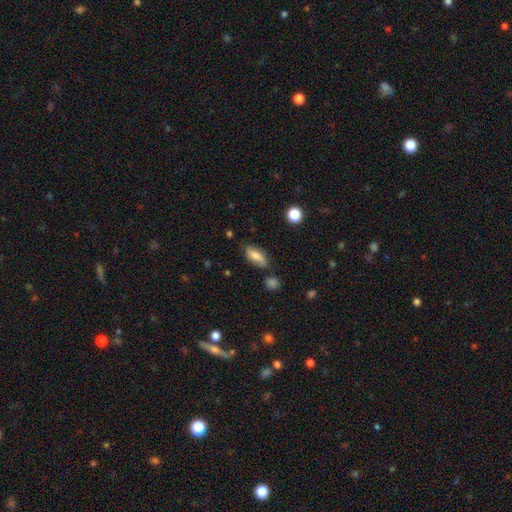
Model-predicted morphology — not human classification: Smooth or featured?
  - smooth: 77% *
  - featured or disk: 16%
  - star or artifact: 7%
How rounded?
  - in between: 82% *
  - cigar-shaped: 15%
  - round: 3%
Merging?
  - none: 74% *
  - minor disturbance: 18%
  - merger: 4%
  - major disturbance: 4%